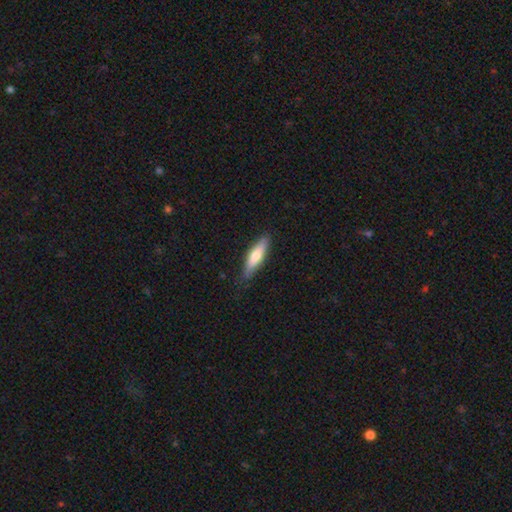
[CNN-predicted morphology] smooth 66%, featured or disk 29%, star or artifact 5%. Down the decision tree: how rounded — cigar-shaped (68%); merging — none (82%).